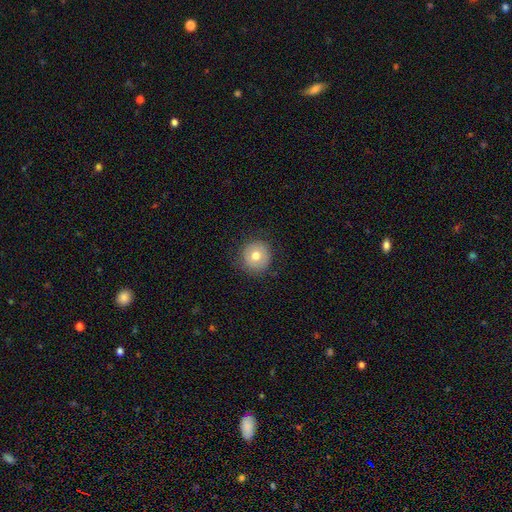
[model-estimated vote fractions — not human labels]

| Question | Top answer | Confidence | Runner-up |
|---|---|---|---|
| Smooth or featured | smooth | 72% | featured or disk (18%) |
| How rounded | round | 94% | in between (5%) |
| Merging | none | 85% | minor disturbance (11%) |